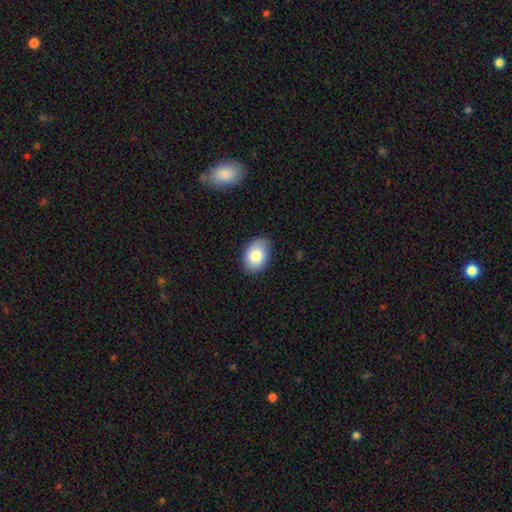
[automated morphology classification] Overall: smooth (84%). How rounded: in between (82%). Merging: none (83%).